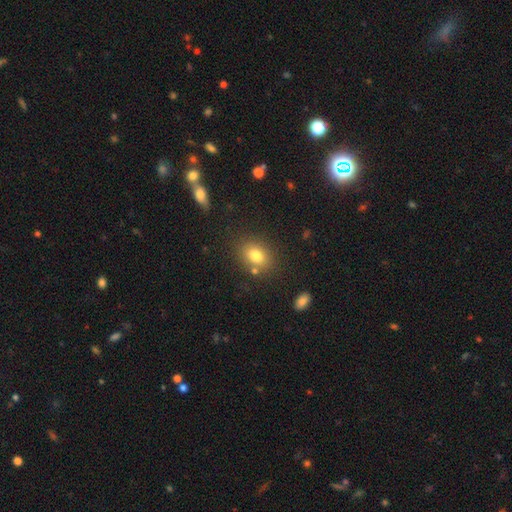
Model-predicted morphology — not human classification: A smooth galaxy with no disk features (79%) that is in between round and cigar-shaped (65%).

Vote fractions:
- Smooth or featured? smooth: 79% / star or artifact: 11% / featured or disk: 10%
- How rounded? in between: 65% / round: 33% / cigar-shaped: 1%
- Merging? none: 77% / minor disturbance: 12% / merger: 7% / major disturbance: 4%